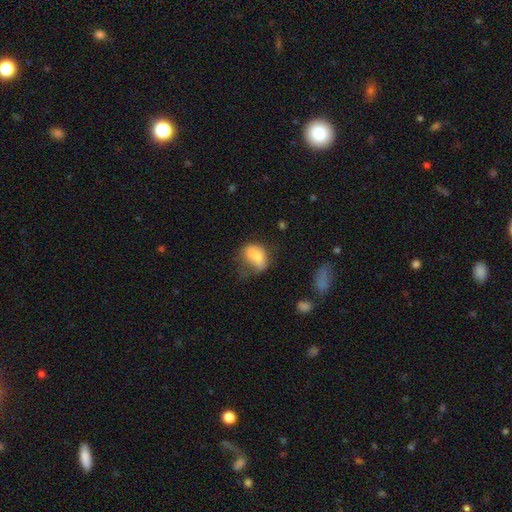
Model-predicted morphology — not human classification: Smooth or featured? Predicted: smooth (p=0.71). How rounded? Predicted: in between (p=0.76). Merging? Predicted: none (p=0.34).